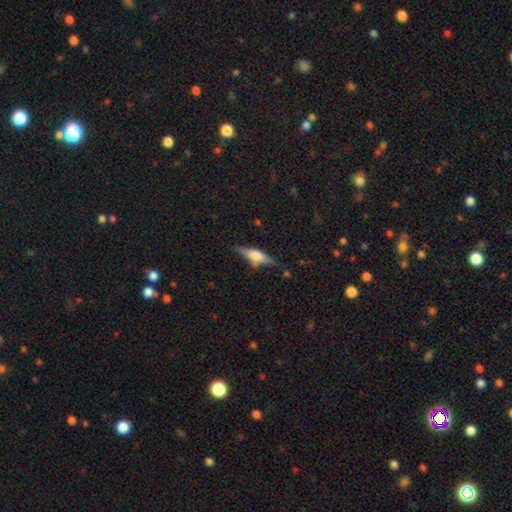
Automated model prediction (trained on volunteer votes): A featured or disk galaxy (50%) viewed edge-on (92%). Merging: none (73%).